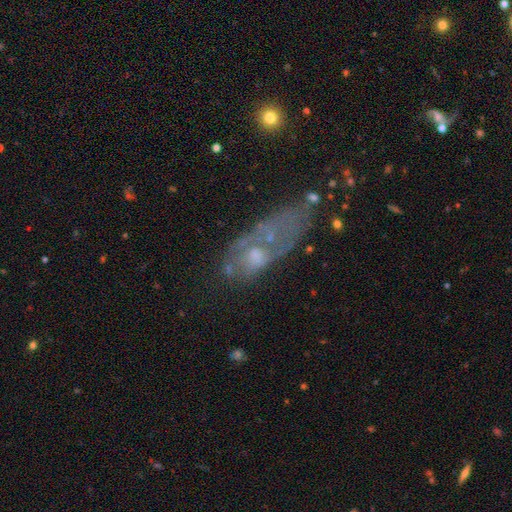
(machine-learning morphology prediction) Overall: featured or disk (52%; smooth 36%). Edge-on disk: no (85%). Merging: none (41%; major disturbance 26%).